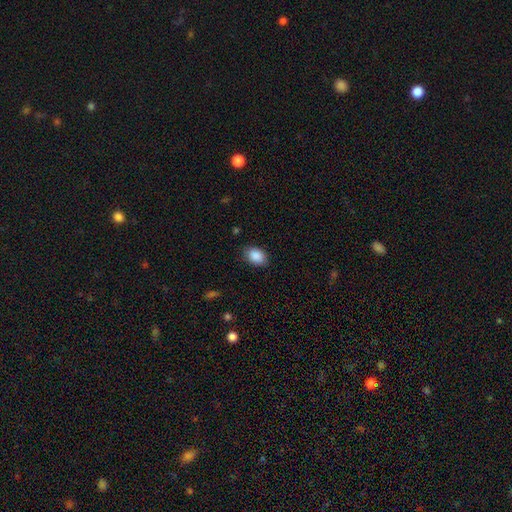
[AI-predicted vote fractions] smooth_or_featured: smooth (p=0.89) [alt: star or artifact p=0.07]
how_rounded: in between (p=0.82) [alt: round p=0.17]
merging: none (p=0.84) [alt: minor disturbance p=0.12]